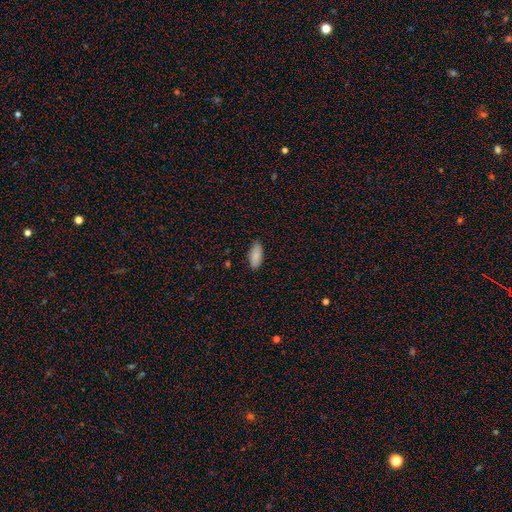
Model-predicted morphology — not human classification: Smooth or featured? Predicted: smooth (p=0.88). How rounded? Predicted: in between (p=0.85). Merging? Predicted: none (p=0.88).